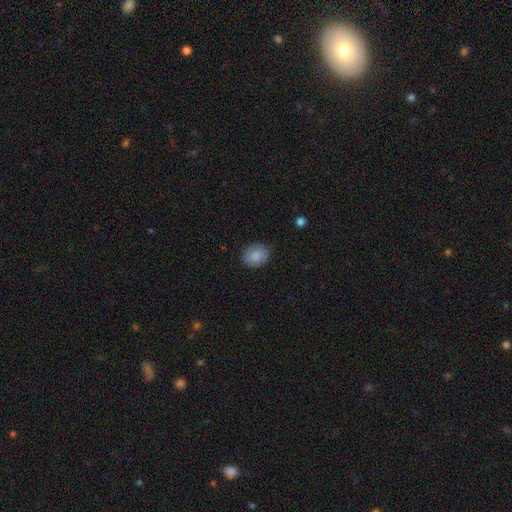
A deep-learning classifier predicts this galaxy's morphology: smooth-or-featured: smooth: 86% | star or artifact: 7% | featured or disk: 7%
  how-rounded: in between: 52% | round: 47% | cigar-shaped: 1%
  merging: none: 77% | minor disturbance: 18% | major disturbance: 4% | merger: 1%